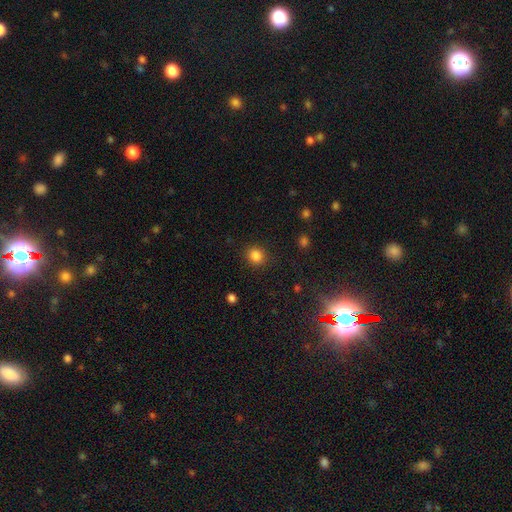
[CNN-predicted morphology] A smooth galaxy with no disk features (85%) that is round (86%).

Vote fractions:
- Smooth or featured? smooth: 85% / star or artifact: 12% / featured or disk: 4%
- How rounded? round: 86% / in between: 13% / cigar-shaped: 1%
- Merging? none: 89% / minor disturbance: 7% / major disturbance: 3% / merger: 1%